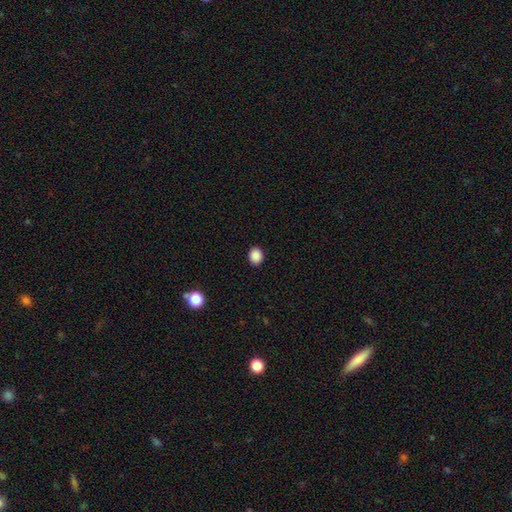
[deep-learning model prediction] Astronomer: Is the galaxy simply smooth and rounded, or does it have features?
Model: smooth — 89%.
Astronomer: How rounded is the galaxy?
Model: round — 65%.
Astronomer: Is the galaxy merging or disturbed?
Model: none — 91%.